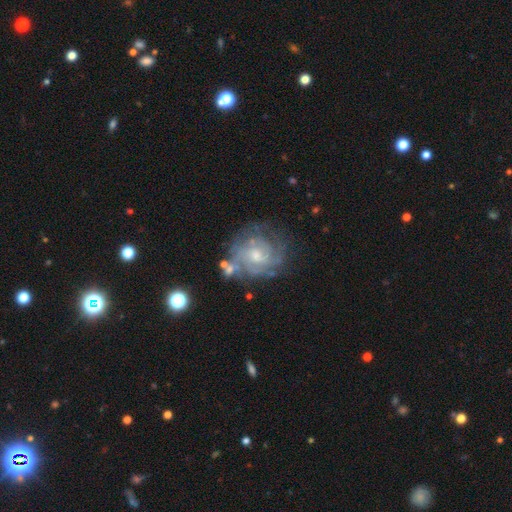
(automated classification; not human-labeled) Smooth or featured? Predicted: featured or disk (p=0.80). Edge-on disk? Predicted: no (p=0.97). Bar? Predicted: no (p=0.67). Spiral arms? Predicted: yes (p=0.90). Spiral winding? Predicted: tight (p=0.64). Spiral arm count? Predicted: can't tell (p=0.42). Bulge size? Predicted: moderate (p=0.50). Merging? Predicted: none (p=0.65).